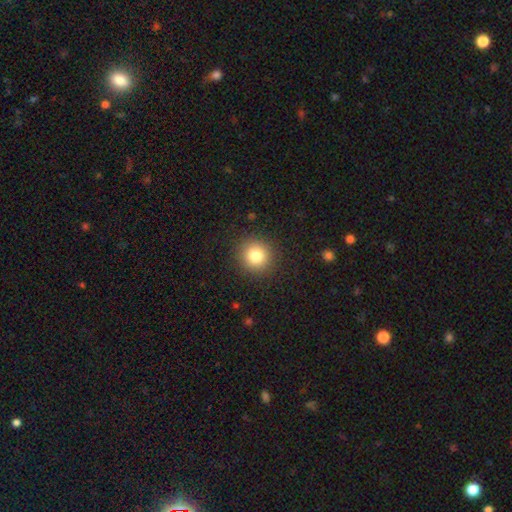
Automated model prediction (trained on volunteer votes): Overall: smooth (82%). How rounded: round (92%). Merging: none (90%).